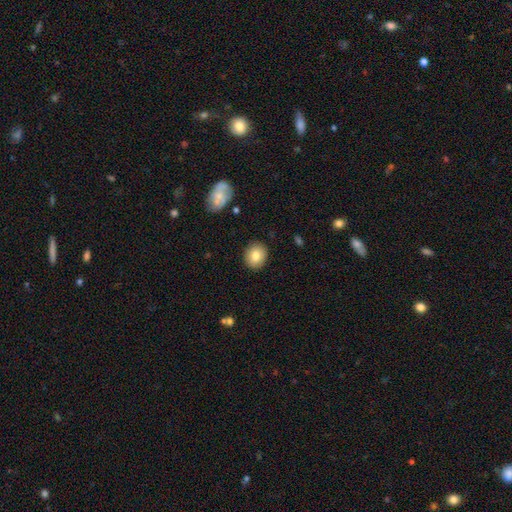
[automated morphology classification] A smooth galaxy with no disk features (81%) that is round (69%). Merging: none (89%).